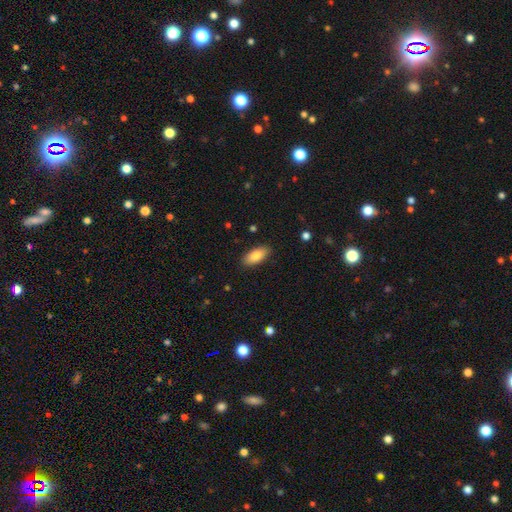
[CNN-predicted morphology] smooth 84%, featured or disk 9%, star or artifact 6%. Down the decision tree: how rounded — in between (88%); merging — none (88%).